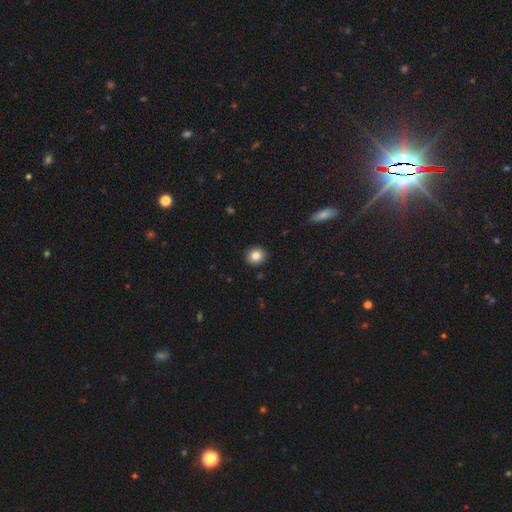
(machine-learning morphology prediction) Smooth or featured: smooth — 84% (star or artifact — 9%)
How rounded: round — 80% (in between — 19%)
Merging: none — 92% (minor disturbance — 6%)